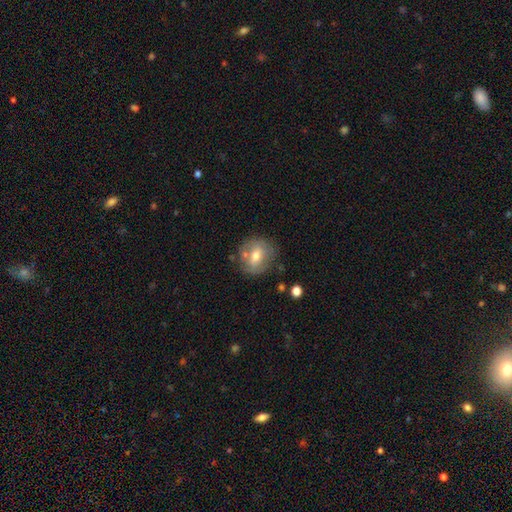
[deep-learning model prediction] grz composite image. It shows a smooth galaxy with no disk features (57%) that is round (76%). Merging: none (68%).